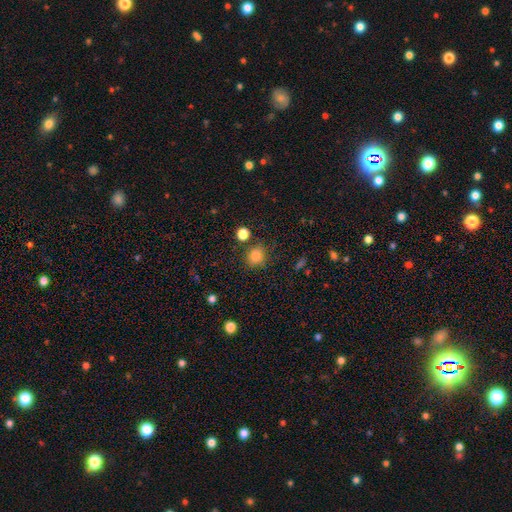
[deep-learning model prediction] smooth-or-featured: smooth: 83% | star or artifact: 13% | featured or disk: 4%
  how-rounded: round: 82% | in between: 17% | cigar-shaped: 1%
  merging: none: 80% | minor disturbance: 11% | merger: 6% | major disturbance: 4%